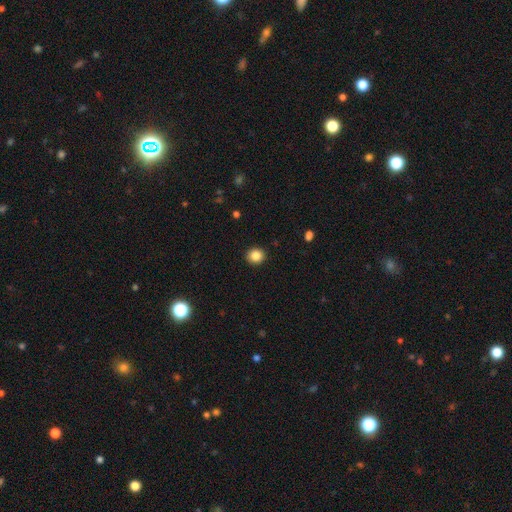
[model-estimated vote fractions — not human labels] This is clearly a smooth galaxy (85%). How rounded: clearly round (84%). Merging: clearly none (92%).